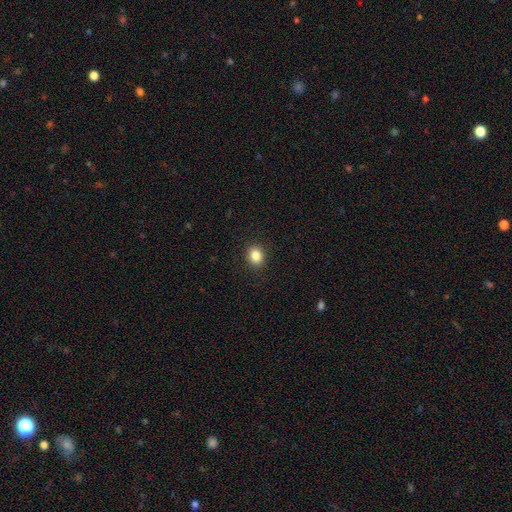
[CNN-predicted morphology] Q: Smooth or featured?
A: smooth (85%); runner-up: star or artifact (10%)
Q: How rounded?
A: round (52%); runner-up: in between (47%)
Q: Merging?
A: none (90%); runner-up: minor disturbance (7%)